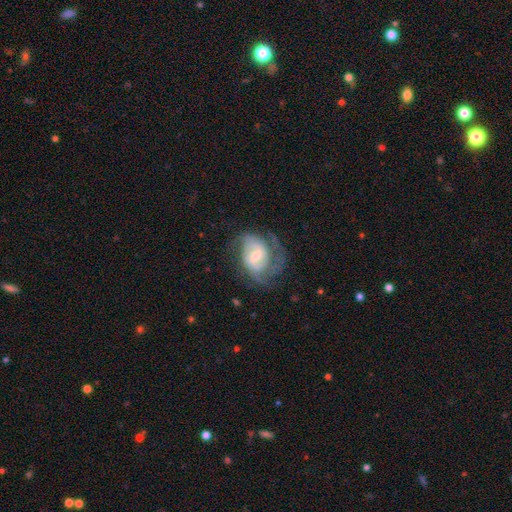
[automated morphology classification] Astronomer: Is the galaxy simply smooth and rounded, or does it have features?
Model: featured or disk — 81%.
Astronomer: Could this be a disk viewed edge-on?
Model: no — 97%.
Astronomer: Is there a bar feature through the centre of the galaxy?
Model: weak — 52% (runner-up: no, 34%).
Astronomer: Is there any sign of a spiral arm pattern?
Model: yes — 93%.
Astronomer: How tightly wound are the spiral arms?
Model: medium — 46% (runner-up: tight, 35%).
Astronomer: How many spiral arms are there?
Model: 2 — 56%.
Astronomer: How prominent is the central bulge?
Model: moderate — 49% (runner-up: small, 42%).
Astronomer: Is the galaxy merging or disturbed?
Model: none — 57%.